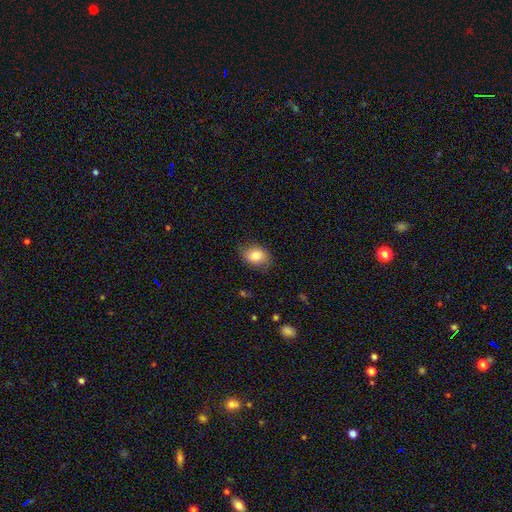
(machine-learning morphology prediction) This is clearly a smooth galaxy (80%). How rounded: likely in between (69%). Merging: likely none (76%).